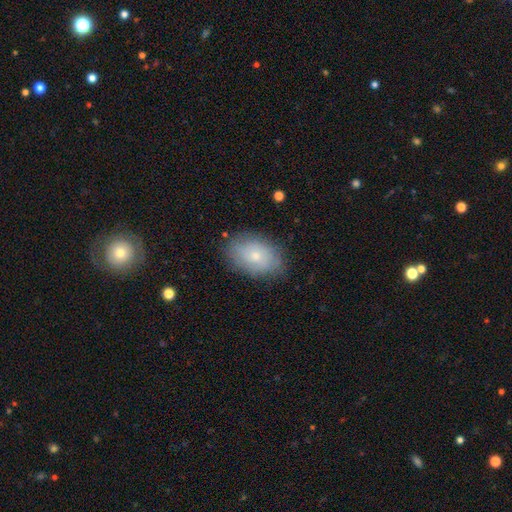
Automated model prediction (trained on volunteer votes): The model was most divided on "smooth or featured": smooth: 66%, featured or disk: 26%, star or artifact: 8%. More confident: how rounded — in between (86%); merging — none (79%).